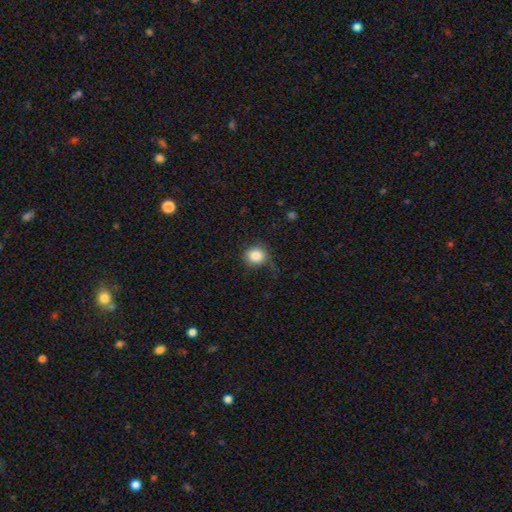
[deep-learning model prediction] A smooth galaxy with no disk features (84%) that is round (84%). Merging: none (65%).